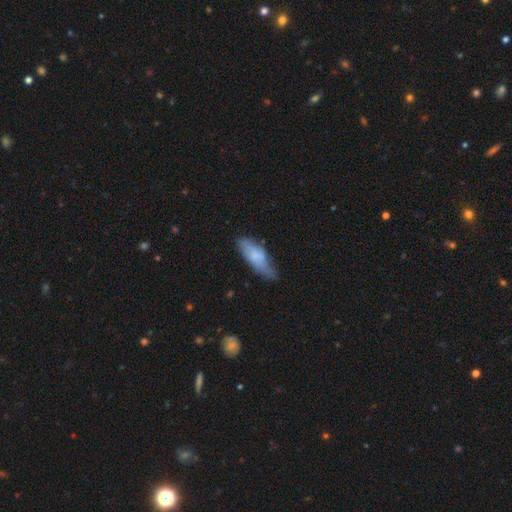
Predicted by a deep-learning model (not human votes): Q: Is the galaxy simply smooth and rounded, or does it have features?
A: smooth — 63%.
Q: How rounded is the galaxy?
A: in between — 60%.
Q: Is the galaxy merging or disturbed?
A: none — 54%.